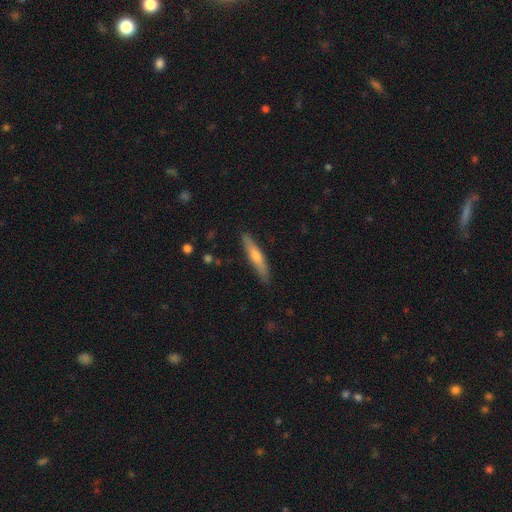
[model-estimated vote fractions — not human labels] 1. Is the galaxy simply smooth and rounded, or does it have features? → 53% smooth, 41% featured or disk, 6% star or artifact.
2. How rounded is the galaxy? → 90% cigar-shaped, 8% in between, 2% round.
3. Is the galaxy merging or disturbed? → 88% none, 9% minor disturbance, 2% major disturbance, 1% merger.